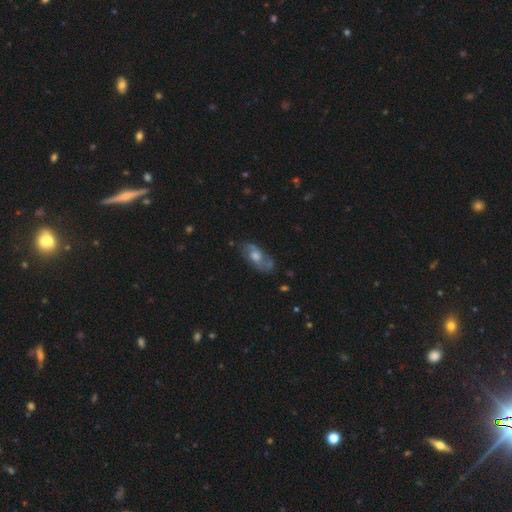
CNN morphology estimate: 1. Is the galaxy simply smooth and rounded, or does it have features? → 64% featured or disk, 26% smooth, 10% star or artifact.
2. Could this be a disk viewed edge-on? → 89% no, 11% yes.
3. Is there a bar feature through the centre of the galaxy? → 67% no, 27% weak, 5% strong.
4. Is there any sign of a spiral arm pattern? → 79% yes, 21% no.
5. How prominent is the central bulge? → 59% moderate, 22% large, 13% small, 3% none, 2% dominant.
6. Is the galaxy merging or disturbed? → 70% none, 19% minor disturbance, 8% major disturbance, 3% merger.